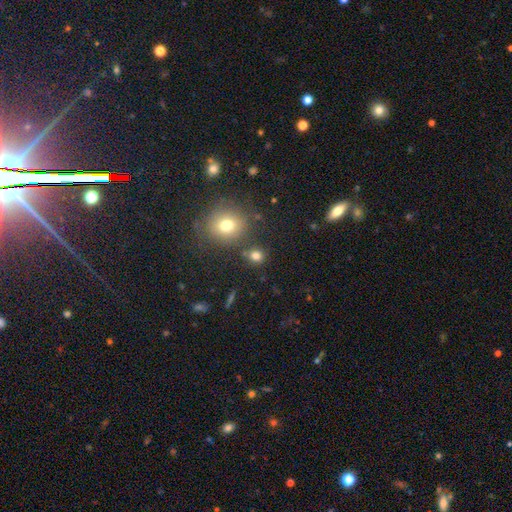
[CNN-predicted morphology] Smooth or featured? Predicted: smooth (p=0.78). How rounded? Predicted: round (p=0.76). Merging? Predicted: none (p=0.77).